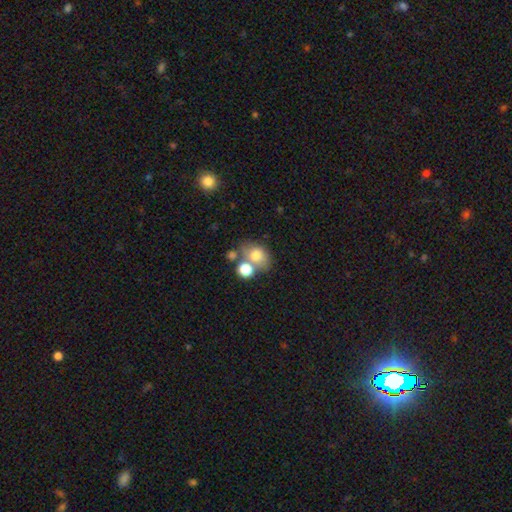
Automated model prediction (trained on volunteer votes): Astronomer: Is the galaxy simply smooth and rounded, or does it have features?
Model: smooth — 74%.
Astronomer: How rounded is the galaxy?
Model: in between — 52% (runner-up: round, 47%).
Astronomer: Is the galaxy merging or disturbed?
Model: none — 45% (runner-up: merger, 34%).